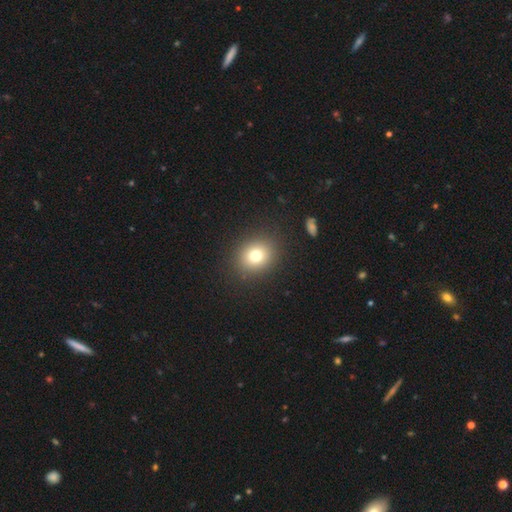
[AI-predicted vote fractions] Smooth or featured? smooth (76%)
How rounded? round (70%)
Merging? none (89%)